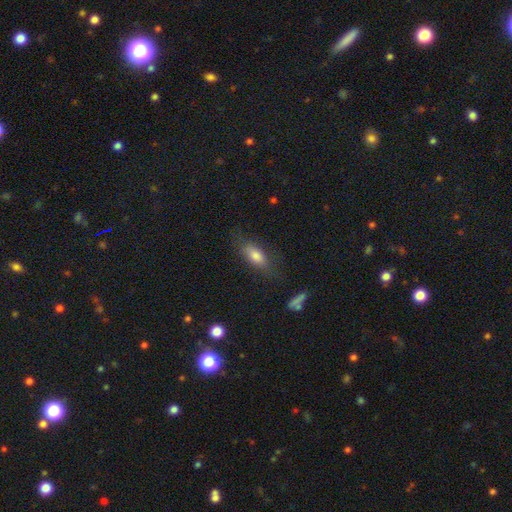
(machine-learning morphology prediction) type=smooth (76%); roundness=in between (74%); merging=none (71%).